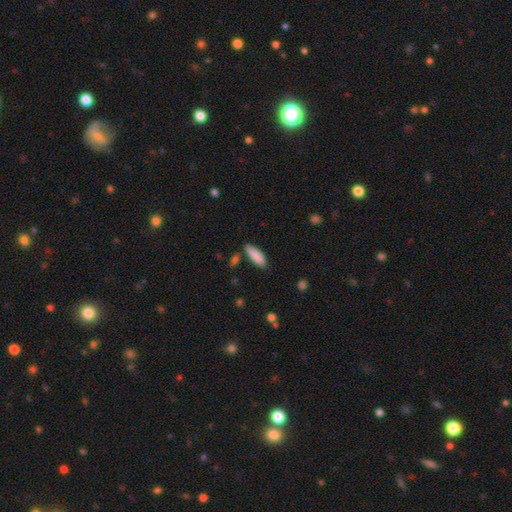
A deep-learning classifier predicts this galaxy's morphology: The model was most divided on "how rounded": in between: 57%, cigar-shaped: 42%, round: 2%. More confident: smooth or featured — smooth (87%); merging — none (78%).